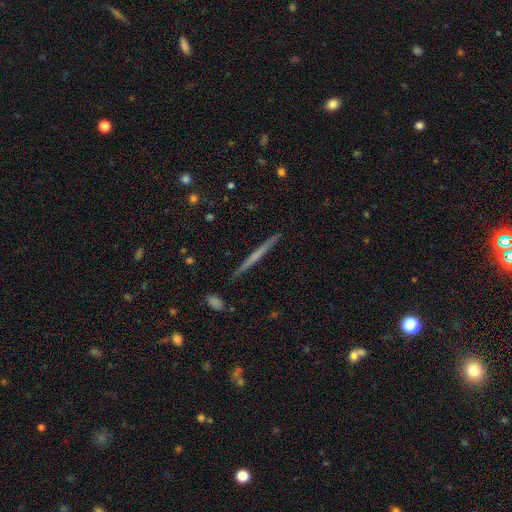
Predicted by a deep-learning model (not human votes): smooth_or_featured: featured or disk (p=0.52) [alt: smooth p=0.42]
disk_edge_on: yes (p=0.98) [alt: no p=0.02]
edge_on_bulge: none (p=0.87) [alt: rounded p=0.09]
merging: none (p=0.91) [alt: minor disturbance p=0.06]